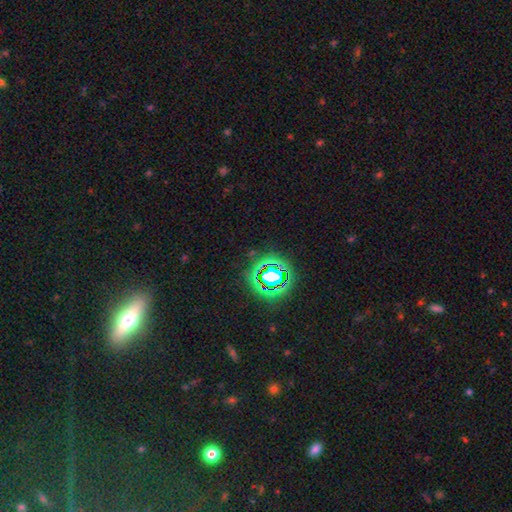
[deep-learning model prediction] Overall: star or artifact (74%).